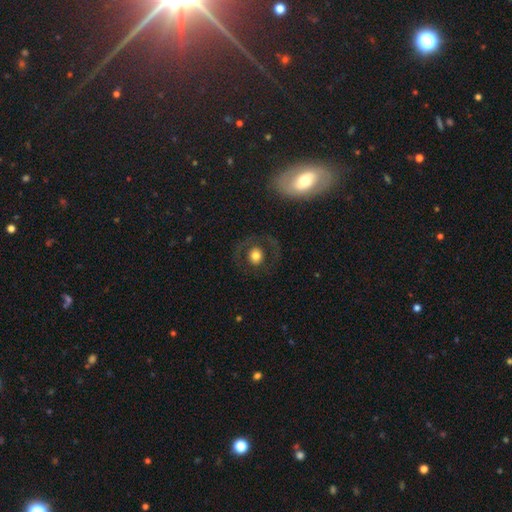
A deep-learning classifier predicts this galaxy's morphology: type=smooth (57%); roundness=round (84%); merging=none (80%).